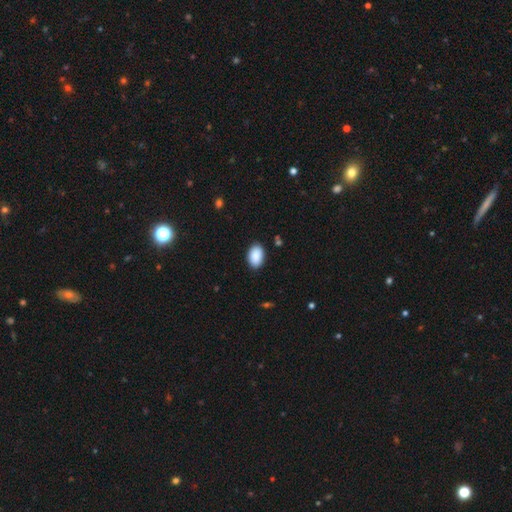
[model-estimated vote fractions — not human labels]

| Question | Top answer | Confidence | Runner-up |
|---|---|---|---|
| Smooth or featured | smooth | 91% | star or artifact (6%) |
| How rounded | in between | 91% | round (8%) |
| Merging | none | 88% | minor disturbance (9%) |